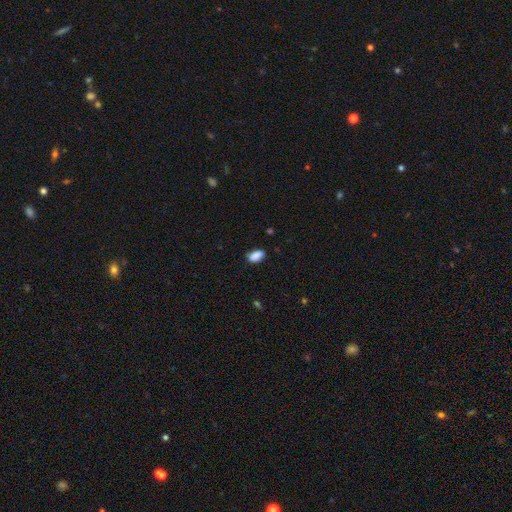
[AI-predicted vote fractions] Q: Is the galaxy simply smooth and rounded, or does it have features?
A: smooth — 88%.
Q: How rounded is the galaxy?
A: in between — 92%.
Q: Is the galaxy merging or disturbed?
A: none — 78%.